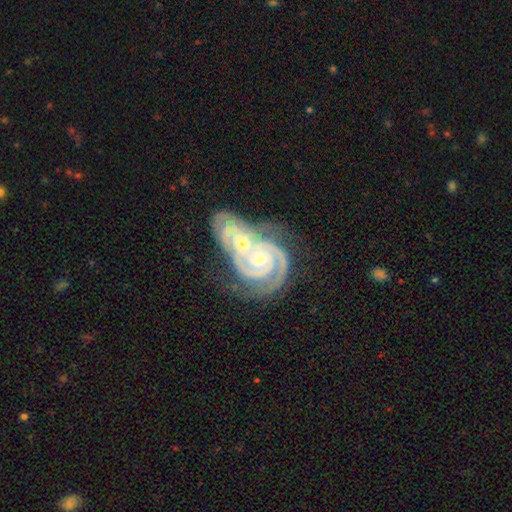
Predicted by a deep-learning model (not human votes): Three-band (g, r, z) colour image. It shows a featured or disk galaxy (92%) with no bar (67%), 2 (73%) tight (76%) spiral arms (98%) and a small central bulge (48%, tied with moderate). Merging: merger (66%).